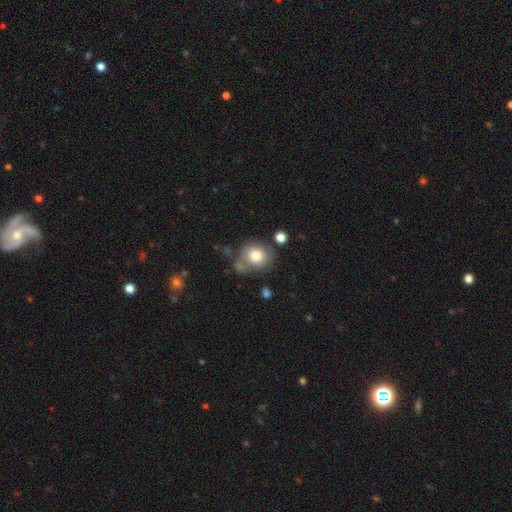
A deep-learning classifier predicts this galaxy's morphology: Overall: smooth (77%). How rounded: round (75%). Merging: none (58%; minor disturbance 20%).